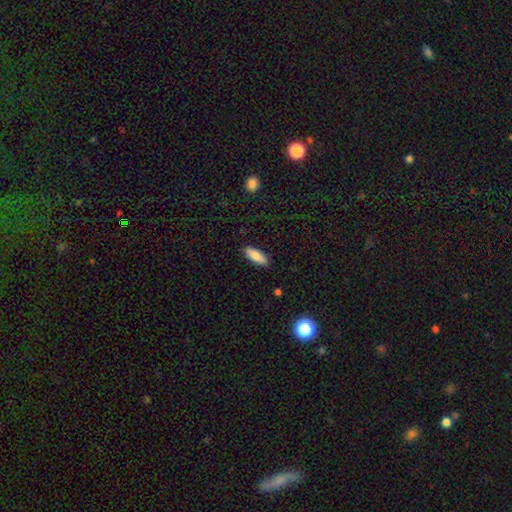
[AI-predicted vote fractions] Smooth or featured? smooth (84%)
How rounded? in between (68%)
Merging? none (88%)